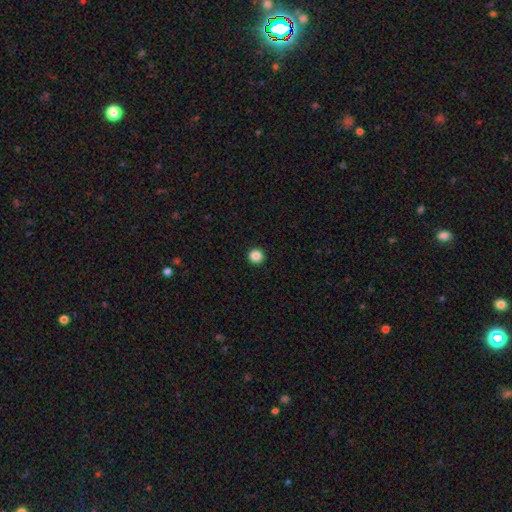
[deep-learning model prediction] Morphology: type=smooth (86%); roundness=round (96%); merging=none (94%).